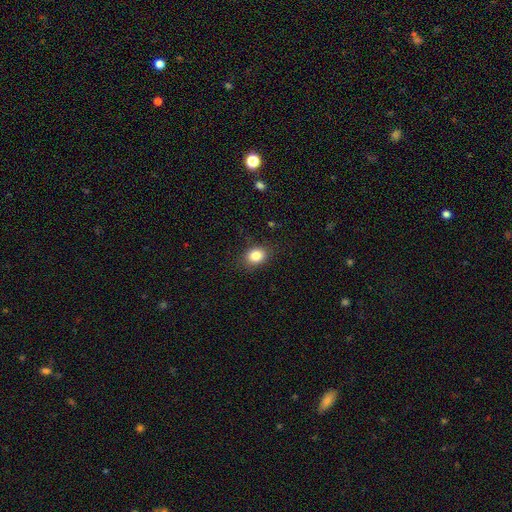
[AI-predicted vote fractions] This is clearly a smooth galaxy (84%). How rounded: possibly in between (50%). Merging: clearly none (84%).